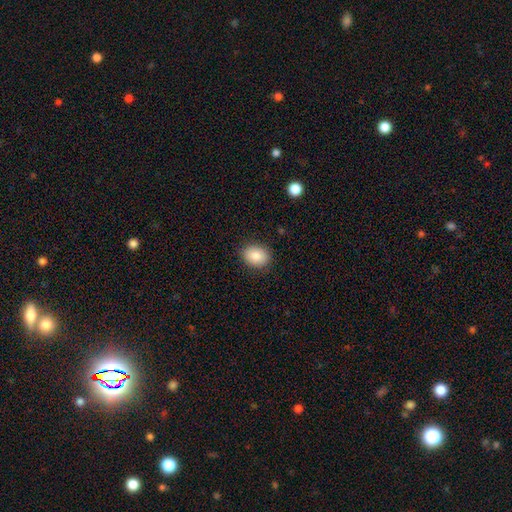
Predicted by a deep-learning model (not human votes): smooth_or_featured: smooth (p=0.86) [alt: star or artifact p=0.08]
how_rounded: in between (p=0.58) [alt: round p=0.41]
merging: none (p=0.88) [alt: minor disturbance p=0.09]